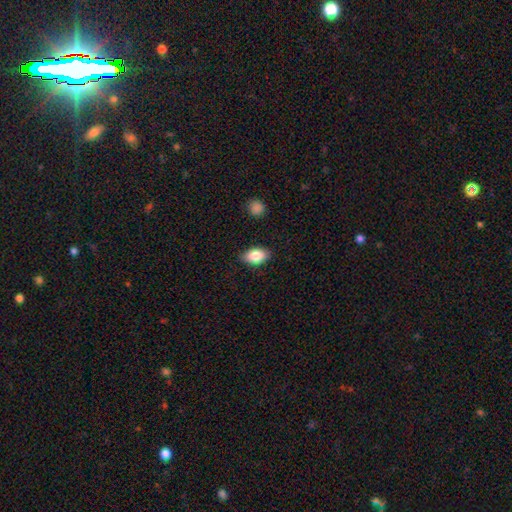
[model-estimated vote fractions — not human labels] Q: Smooth or featured?
A: smooth (84%); runner-up: featured or disk (9%)
Q: How rounded?
A: in between (89%); runner-up: round (9%)
Q: Merging?
A: none (85%); runner-up: minor disturbance (11%)